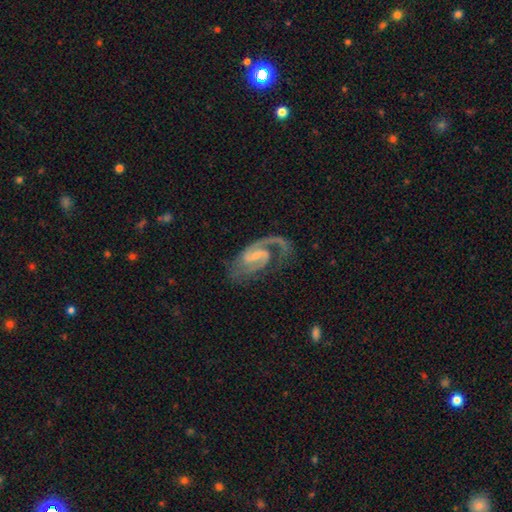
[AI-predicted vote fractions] Smooth or featured?
  - featured or disk: 91% *
  - smooth: 4%
  - star or artifact: 4%
Edge-on disk?
  - no: 98% *
  - yes: 2%
Bar?
  - weak: 54% *
  - strong: 23%
  - no: 22%
Spiral arms?
  - yes: 98% *
  - no: 2%
Spiral winding?
  - medium: 57% *
  - tight: 22%
  - loose: 21%
Spiral arm count?
  - 2: 79% *
  - 1: 14%
  - can't tell: 3%
  - 3: 2%
  - 4: 1%
  - more than 4: 1%
Bulge size?
  - small: 64% *
  - moderate: 22%
  - none: 12%
  - large: 1%
  - dominant: 1%
Merging?
  - none: 61% *
  - minor disturbance: 19%
  - major disturbance: 18%
  - merger: 3%